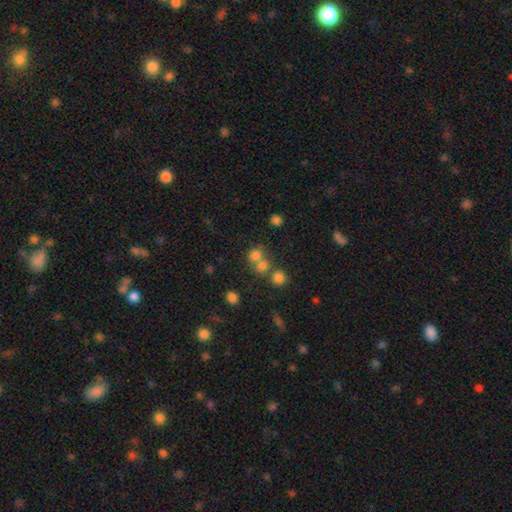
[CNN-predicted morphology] This is likely a smooth galaxy (71%). How rounded: likely round (80%). Merging: possibly none (47%).